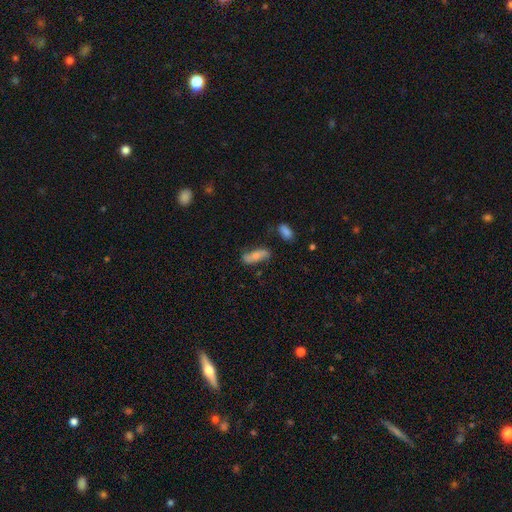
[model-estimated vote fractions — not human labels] The model was most divided on "how rounded": in between: 57%, cigar-shaped: 40%, round: 3%. More confident: merging — none (67%); smooth or featured — smooth (55%).